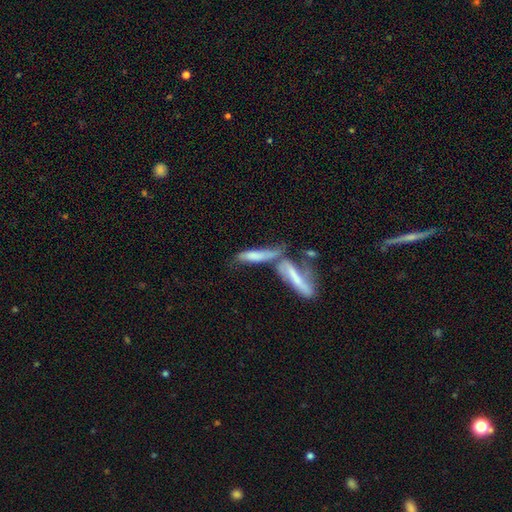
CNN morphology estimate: Smooth or featured?
  - smooth: 64% *
  - featured or disk: 29%
  - star or artifact: 8%
How rounded?
  - cigar-shaped: 75% *
  - in between: 22%
  - round: 2%
Merging?
  - merger: 56% *
  - none: 23%
  - minor disturbance: 11%
  - major disturbance: 9%